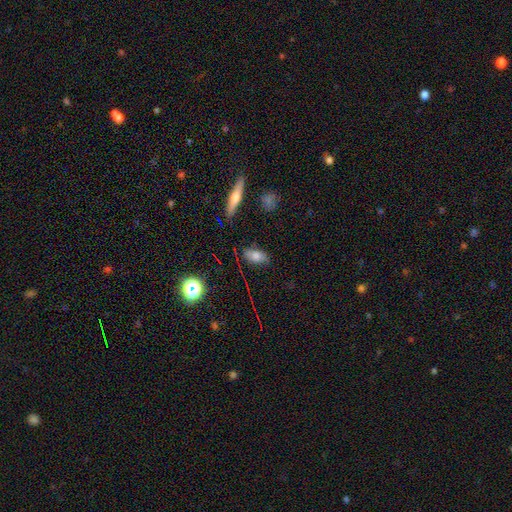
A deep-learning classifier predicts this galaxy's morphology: A smooth galaxy with no disk features (71%) that is in between round and cigar-shaped (86%). Merging: none (77%).